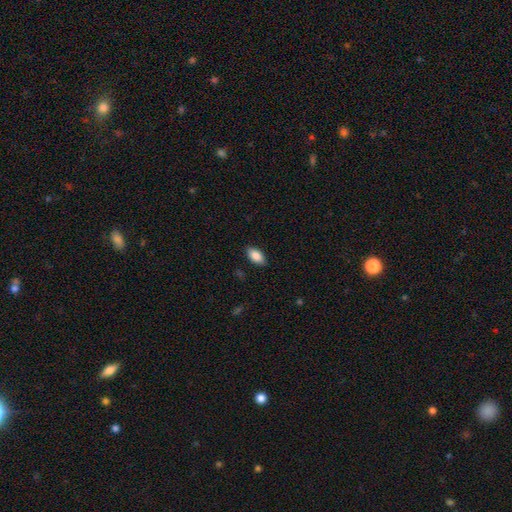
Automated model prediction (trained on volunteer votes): A smooth galaxy with no disk features (87%) that is in between round and cigar-shaped (93%). Merging: none (88%).